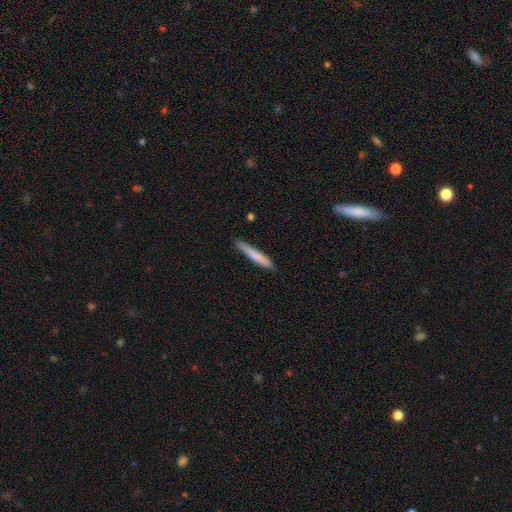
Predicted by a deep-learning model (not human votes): A smooth galaxy with no disk features (75%) that is cigar-shaped (95%).

Vote fractions:
- Smooth or featured? smooth: 75% / featured or disk: 20% / star or artifact: 5%
- How rounded? cigar-shaped: 95% / in between: 3% / round: 1%
- Merging? none: 87% / minor disturbance: 10% / major disturbance: 2% / merger: 1%